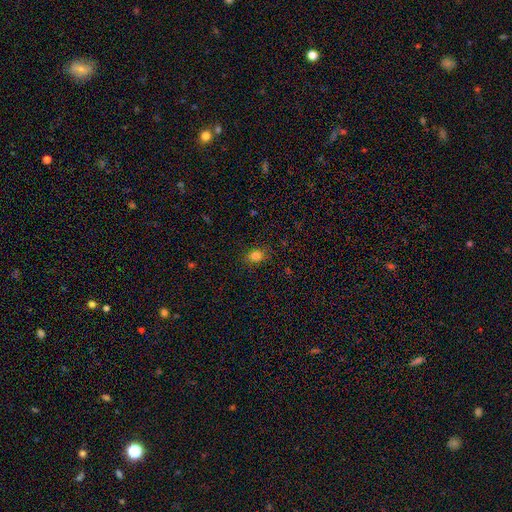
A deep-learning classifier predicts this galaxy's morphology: Smooth or featured: smooth — 81% (star or artifact — 13%)
How rounded: in between — 57% (round — 41%)
Merging: none — 85% (minor disturbance — 11%)